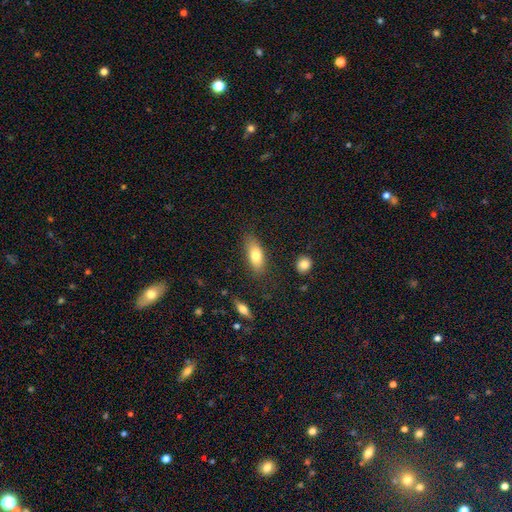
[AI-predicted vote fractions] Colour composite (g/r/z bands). It shows a smooth galaxy with no disk features (78%) that is in between round and cigar-shaped (80%). Merging: none (77%).